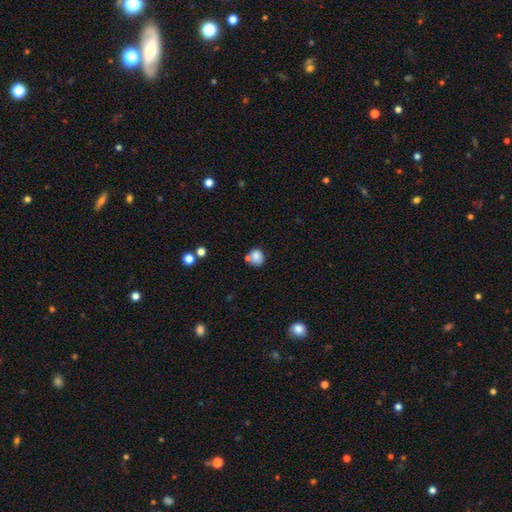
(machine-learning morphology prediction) A smooth galaxy with no disk features (81%) that is round (83%).

Vote fractions:
- Smooth or featured? smooth: 81% / star or artifact: 10% / featured or disk: 9%
- How rounded? round: 83% / in between: 16% / cigar-shaped: 1%
- Merging? none: 56% / merger: 23% / minor disturbance: 16% / major disturbance: 5%